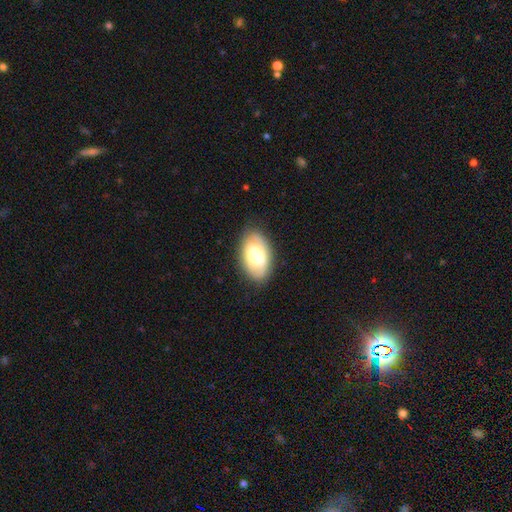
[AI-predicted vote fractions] A smooth galaxy with no disk features (51%) that is in between round and cigar-shaped (92%). Merging: none (83%).